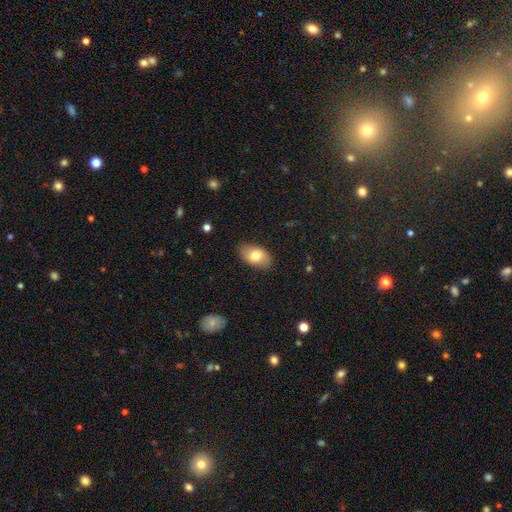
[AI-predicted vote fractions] Smooth or featured? smooth (76%)
How rounded? in between (90%)
Merging? none (84%)